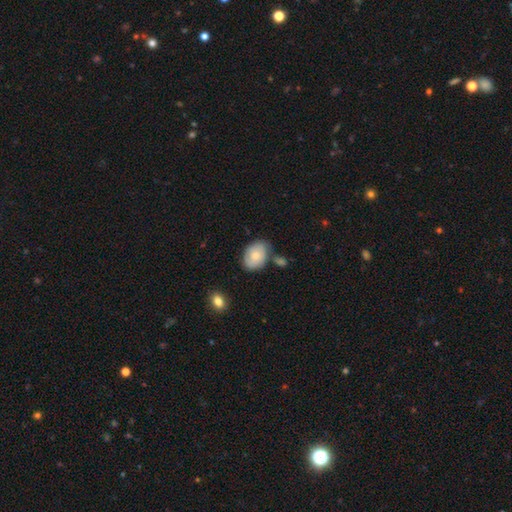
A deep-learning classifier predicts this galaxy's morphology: Smooth or featured?
  - smooth: 69% *
  - featured or disk: 24%
  - star or artifact: 7%
How rounded?
  - in between: 78% *
  - round: 21%
  - cigar-shaped: 1%
Merging?
  - none: 64% *
  - minor disturbance: 23%
  - merger: 8%
  - major disturbance: 5%